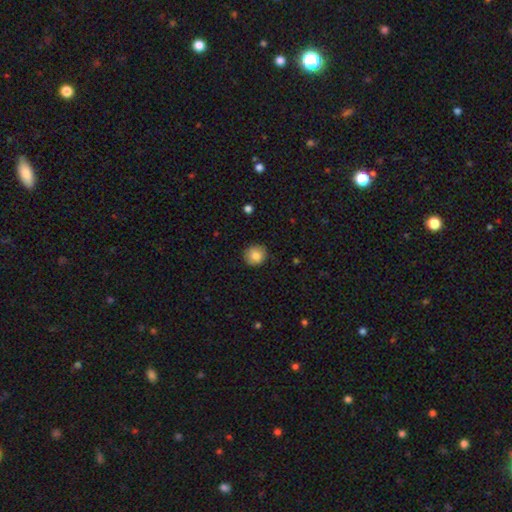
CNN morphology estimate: Smooth or featured?
  - smooth: 83% *
  - star or artifact: 9%
  - featured or disk: 8%
How rounded?
  - round: 91% *
  - in between: 8%
  - cigar-shaped: 1%
Merging?
  - none: 87% *
  - minor disturbance: 10%
  - major disturbance: 2%
  - merger: 1%